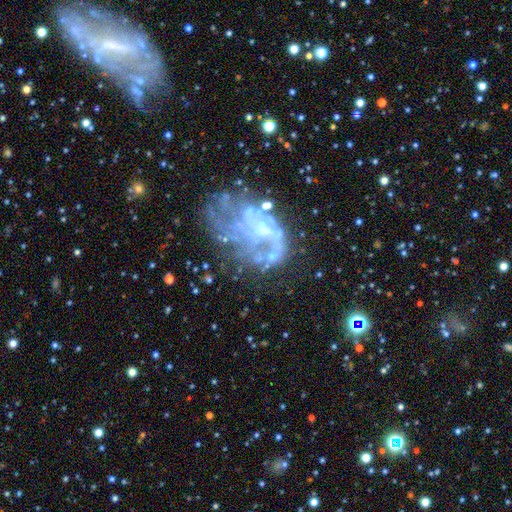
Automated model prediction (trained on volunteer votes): Q: Smooth or featured?
A: featured or disk (72%); runner-up: star or artifact (16%)
Q: Edge-on disk?
A: no (98%); runner-up: yes (2%)
Q: Bar?
A: no (79%); runner-up: weak (16%)
Q: Spiral arms?
A: no (59%); runner-up: yes (41%)
Q: Bulge size?
A: none (50%); runner-up: small (32%)
Q: Merging?
A: major disturbance (38%); runner-up: none (34%)